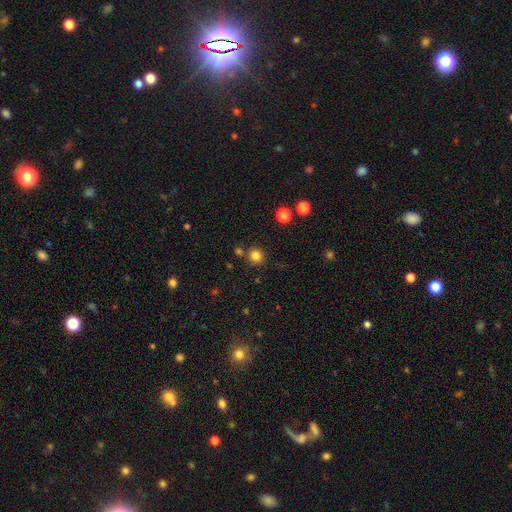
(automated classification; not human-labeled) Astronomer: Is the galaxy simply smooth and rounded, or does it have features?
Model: smooth — 81%.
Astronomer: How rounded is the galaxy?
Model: round — 92%.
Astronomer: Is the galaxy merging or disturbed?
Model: none — 82%.